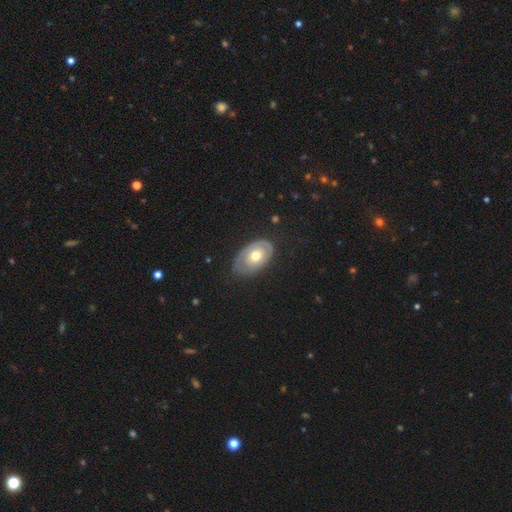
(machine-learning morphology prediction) Smooth or featured? Predicted: featured or disk (p=0.53). Edge-on disk? Predicted: no (p=0.92). Merging? Predicted: none (p=0.71).